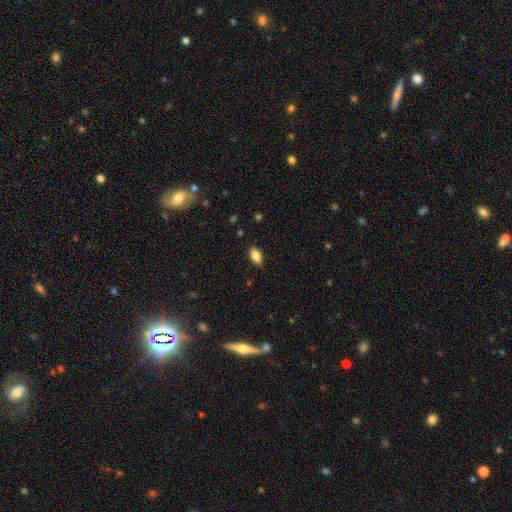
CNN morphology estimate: Smooth or featured? Predicted: smooth (p=0.85). How rounded? Predicted: in between (p=0.89). Merging? Predicted: none (p=0.85).